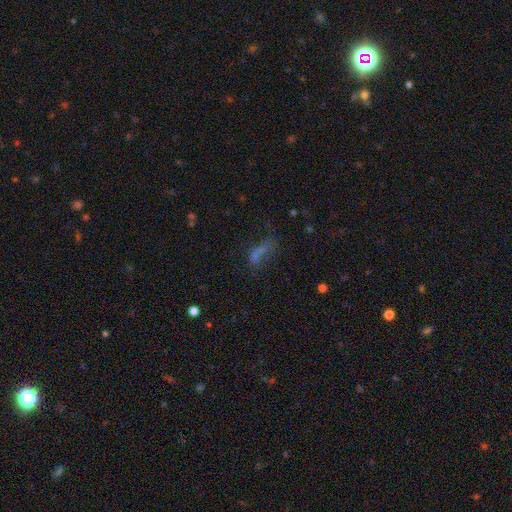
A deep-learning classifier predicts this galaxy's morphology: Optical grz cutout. It shows a smooth galaxy with no disk features (52%) that is in between round and cigar-shaped (48%). Merging: none (42%).